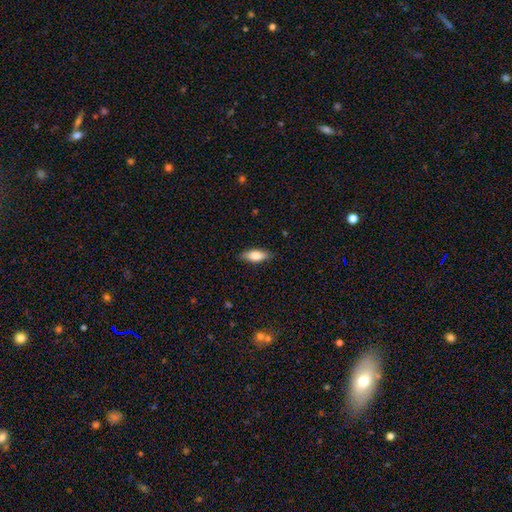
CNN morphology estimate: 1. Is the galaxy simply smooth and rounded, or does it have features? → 80% smooth, 13% featured or disk, 6% star or artifact.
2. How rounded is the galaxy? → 74% in between, 23% cigar-shaped, 2% round.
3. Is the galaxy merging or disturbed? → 84% none, 12% minor disturbance, 2% major disturbance, 1% merger.